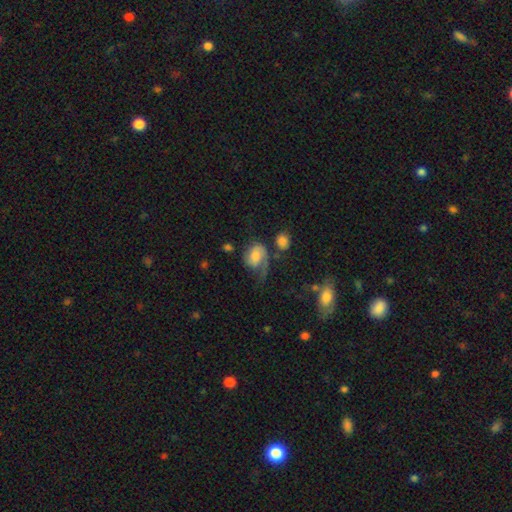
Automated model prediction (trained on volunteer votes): Morphology: type=featured or disk (48%); merging=major disturbance (41%).